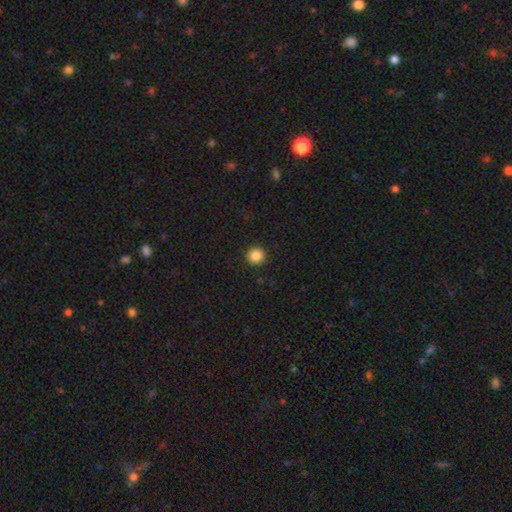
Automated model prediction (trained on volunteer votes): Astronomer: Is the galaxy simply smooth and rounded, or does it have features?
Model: smooth — 86%.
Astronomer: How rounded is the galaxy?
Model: round — 94%.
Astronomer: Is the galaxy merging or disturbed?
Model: none — 93%.